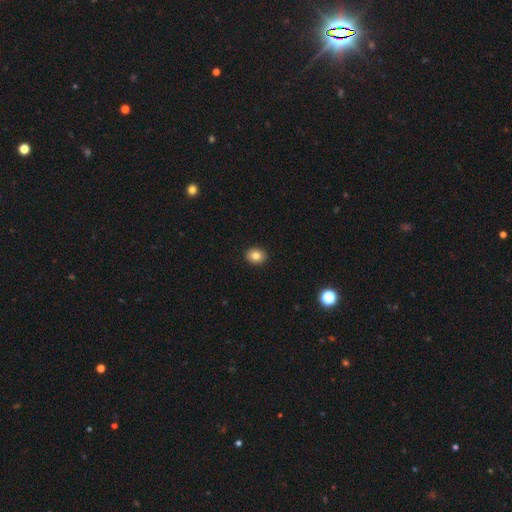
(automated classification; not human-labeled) A smooth galaxy with no disk features (84%) that is round (61%).

Vote fractions:
- Smooth or featured? smooth: 84% / star or artifact: 10% / featured or disk: 7%
- How rounded? round: 61% / in between: 38% / cigar-shaped: 1%
- Merging? none: 93% / minor disturbance: 5% / major disturbance: 1% / merger: 1%